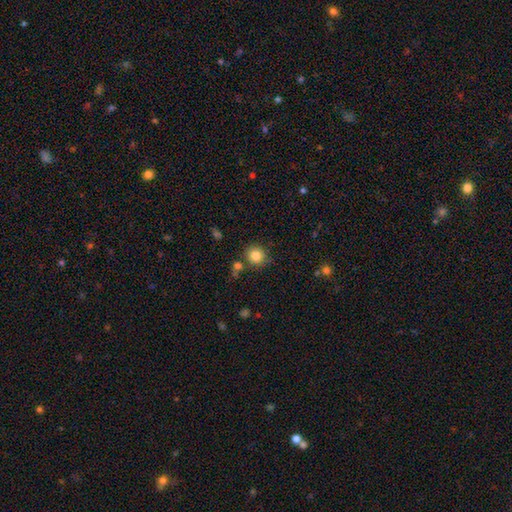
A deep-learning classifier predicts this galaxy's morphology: This appears to be a smooth galaxy with no disk features (83%) that is round (89%). Merging: none (79%).